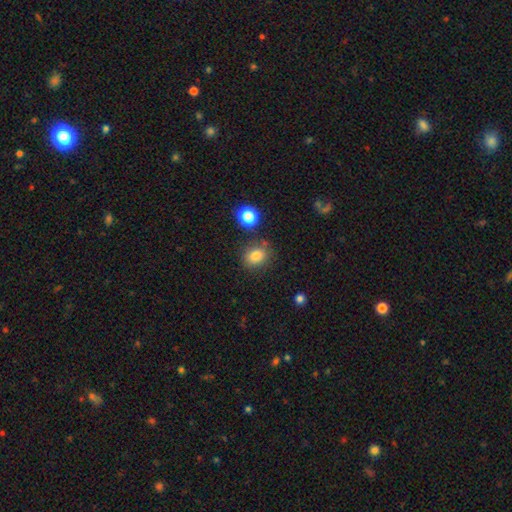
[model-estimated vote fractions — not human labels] Smooth or featured?
  - smooth: 82% *
  - star or artifact: 12%
  - featured or disk: 7%
How rounded?
  - in between: 52% *
  - round: 46%
  - cigar-shaped: 1%
Merging?
  - none: 75% *
  - minor disturbance: 13%
  - merger: 7%
  - major disturbance: 4%